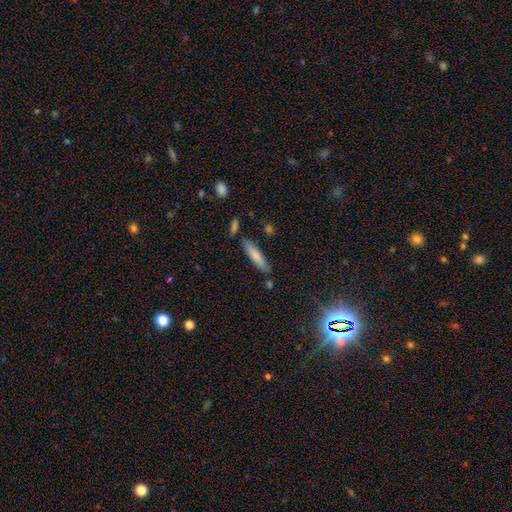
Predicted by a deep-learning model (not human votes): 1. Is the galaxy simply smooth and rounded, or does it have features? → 78% smooth, 15% featured or disk, 6% star or artifact.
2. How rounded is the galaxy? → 76% cigar-shaped, 22% in between, 1% round.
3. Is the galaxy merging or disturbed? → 79% none, 13% minor disturbance, 5% merger, 3% major disturbance.